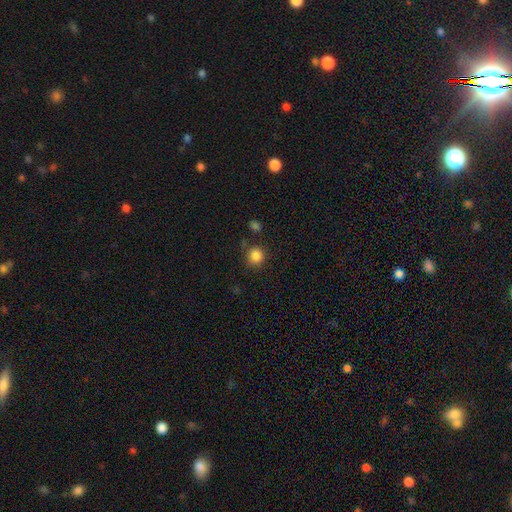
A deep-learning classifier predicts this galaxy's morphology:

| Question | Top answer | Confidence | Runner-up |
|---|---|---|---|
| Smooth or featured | smooth | 86% | star or artifact (11%) |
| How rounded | round | 89% | in between (10%) |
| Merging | none | 81% | minor disturbance (10%) |